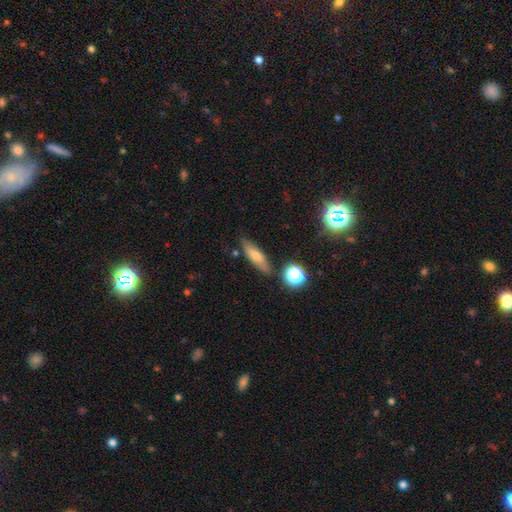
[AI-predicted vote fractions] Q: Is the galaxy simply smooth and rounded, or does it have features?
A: smooth — 63%.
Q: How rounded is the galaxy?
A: cigar-shaped — 49%.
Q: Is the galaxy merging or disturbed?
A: none — 79%.